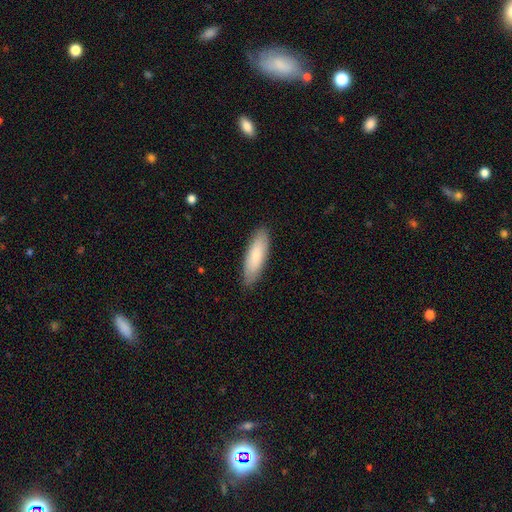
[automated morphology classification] Smooth or featured? smooth (80%)
How rounded? in between (49%, tied with cigar-shaped)
Merging? none (87%)